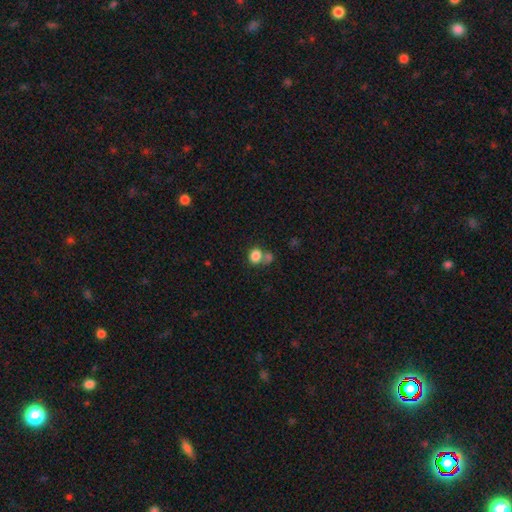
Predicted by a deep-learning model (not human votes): smooth_or_featured: smooth (p=0.83) [alt: star or artifact p=0.10]
how_rounded: round (p=0.59) [alt: in between p=0.40]
merging: none (p=0.47) [alt: merger p=0.36]